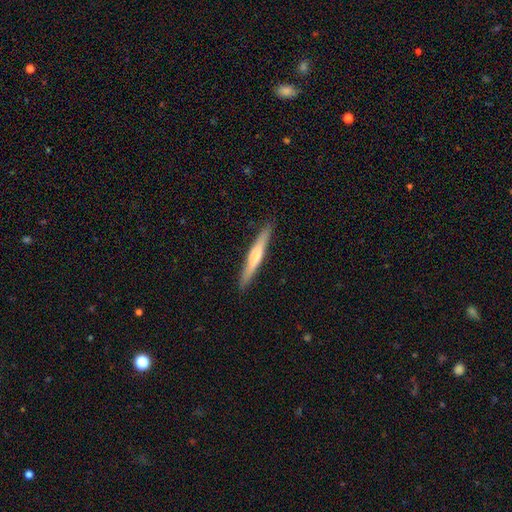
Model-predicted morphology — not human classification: Overall: smooth (47%, tied with featured or disk). Merging: none (90%).